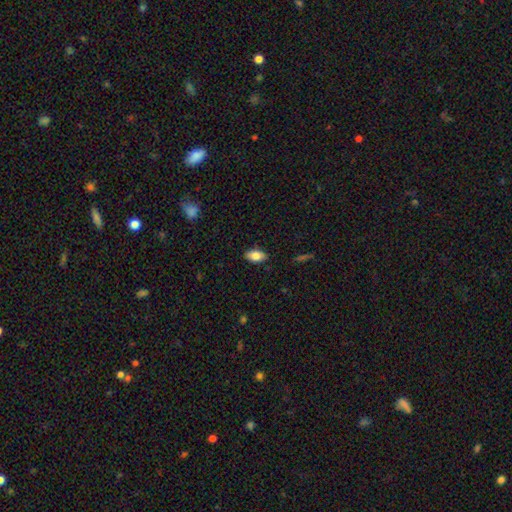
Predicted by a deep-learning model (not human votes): Smooth or featured: smooth — 81% (featured or disk — 11%)
How rounded: in between — 91% (round — 5%)
Merging: none — 87% (minor disturbance — 10%)